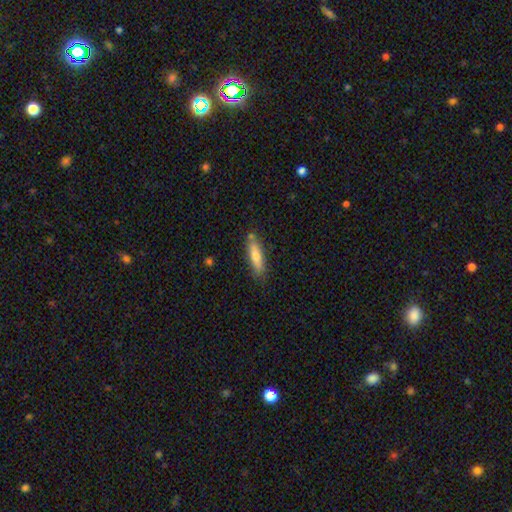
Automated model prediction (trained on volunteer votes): smooth_or_featured: smooth (p=0.69) [alt: featured or disk p=0.25]
how_rounded: cigar-shaped (p=0.71) [alt: in between p=0.28]
merging: none (p=0.79) [alt: minor disturbance p=0.14]